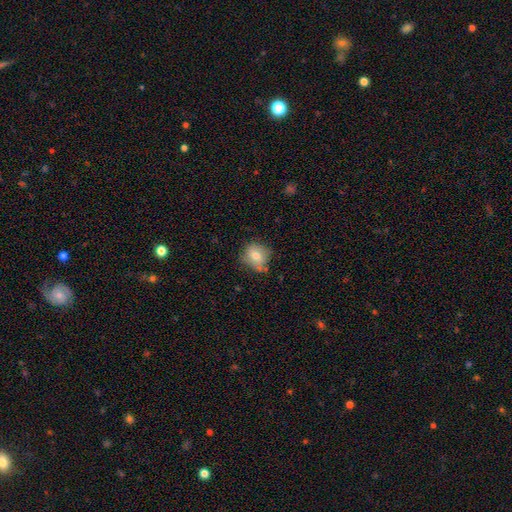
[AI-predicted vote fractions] Morphology: type=smooth (74%); roundness=round (74%); merging=none (64%).